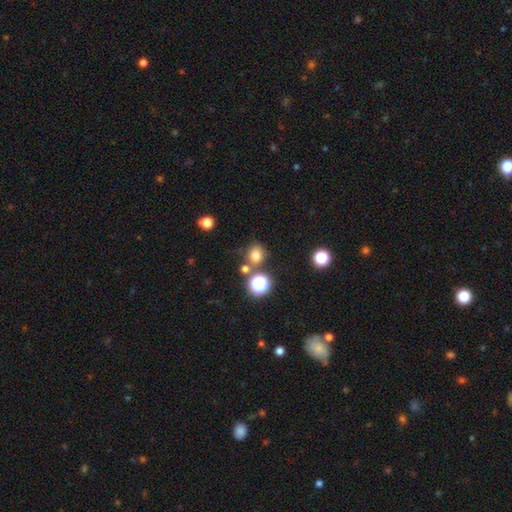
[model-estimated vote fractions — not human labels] This appears to be a smooth galaxy with no disk features (75%) that is round (80%). Merging: none (70%).